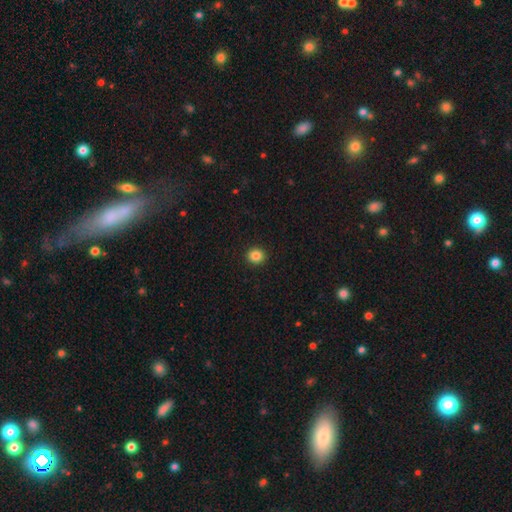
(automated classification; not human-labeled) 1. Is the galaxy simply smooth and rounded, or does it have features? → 86% smooth, 11% star or artifact, 4% featured or disk.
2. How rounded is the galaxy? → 90% round, 9% in between, 1% cigar-shaped.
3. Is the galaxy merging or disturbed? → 93% none, 4% minor disturbance, 2% major disturbance, 1% merger.